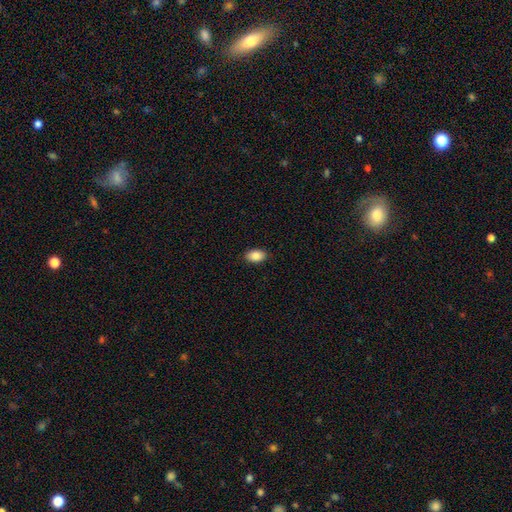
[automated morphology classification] smooth-or-featured: smooth: 88% | star or artifact: 7% | featured or disk: 5%
  how-rounded: in between: 90% | round: 9% | cigar-shaped: 1%
  merging: none: 89% | minor disturbance: 8% | major disturbance: 2% | merger: 1%